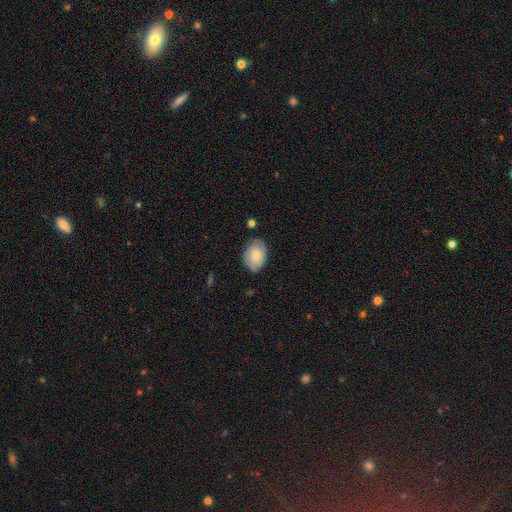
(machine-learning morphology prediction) smooth-or-featured: smooth: 63% | featured or disk: 31% | star or artifact: 7%
  how-rounded: in between: 77% | round: 22% | cigar-shaped: 1%
  merging: none: 71% | minor disturbance: 22% | major disturbance: 5% | merger: 2%